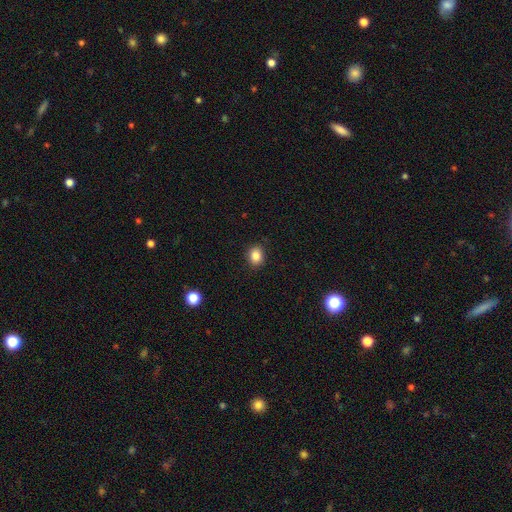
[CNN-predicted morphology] Smooth or featured? Predicted: smooth (p=0.86). How rounded? Predicted: round (p=0.59). Merging? Predicted: none (p=0.88).